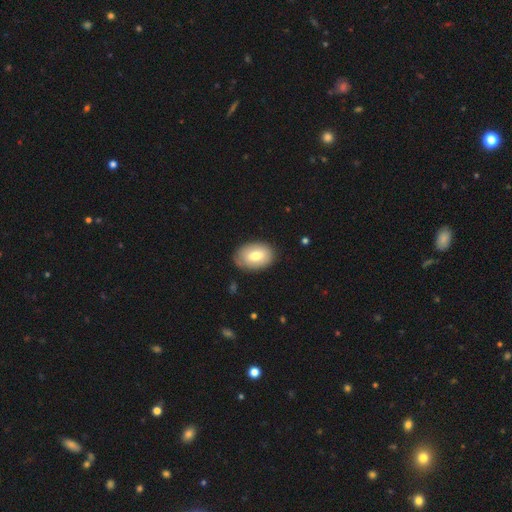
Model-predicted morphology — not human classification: Smooth or featured? smooth (72%)
How rounded? in between (88%)
Merging? none (83%)